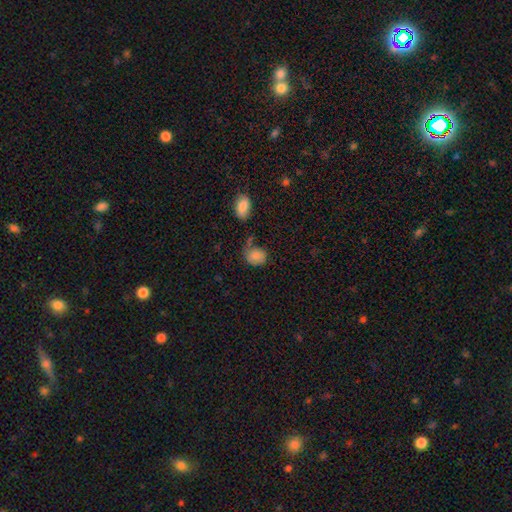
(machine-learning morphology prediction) This is clearly a smooth galaxy (83%). How rounded: likely round (60%). Merging: possibly none (48%).